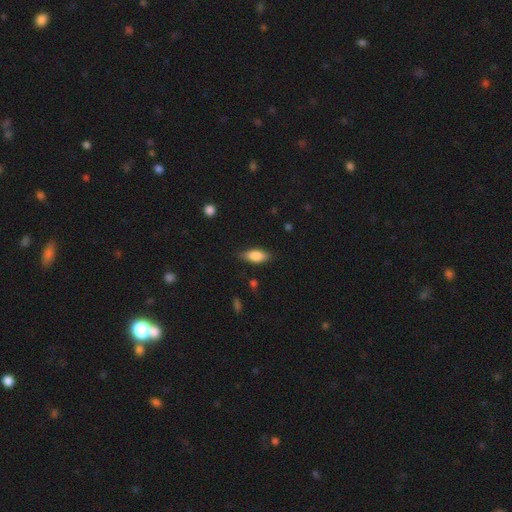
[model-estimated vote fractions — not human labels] Morphology: type=smooth (79%); roundness=in between (83%); merging=none (80%).